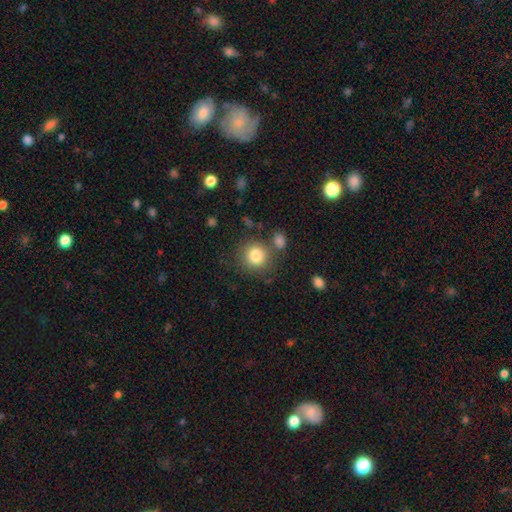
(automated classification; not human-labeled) Overall: smooth (82%). How rounded: round (87%). Merging: none (75%).